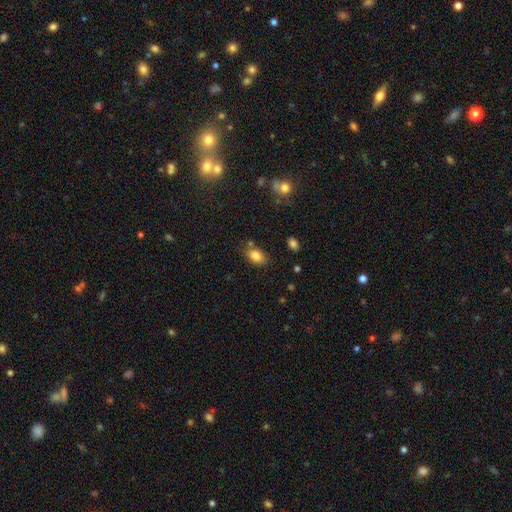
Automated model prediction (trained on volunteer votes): A smooth galaxy with no disk features (83%) that is in between round and cigar-shaped (85%).

Vote fractions:
- Smooth or featured? smooth: 83% / star or artifact: 9% / featured or disk: 8%
- How rounded? in between: 85% / round: 13% / cigar-shaped: 2%
- Merging? none: 72% / minor disturbance: 16% / merger: 8% / major disturbance: 4%